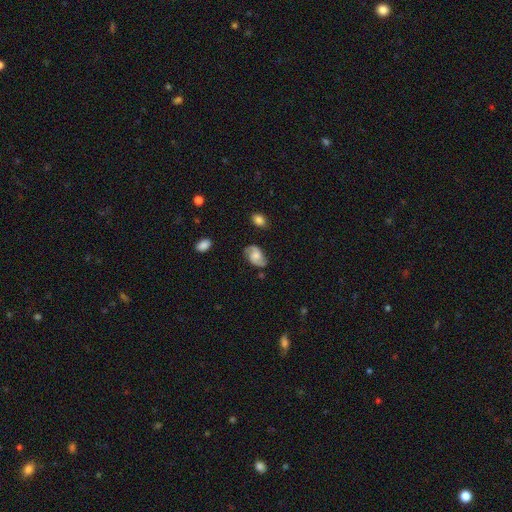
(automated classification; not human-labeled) Smooth or featured? Predicted: featured or disk (p=0.63). Edge-on disk? Predicted: no (p=0.97). Bar? Predicted: no (p=0.58). Spiral arms? Predicted: yes (p=0.92). Spiral winding? Predicted: medium (p=0.45). Spiral arm count? Predicted: 2 (p=0.89). Bulge size? Predicted: moderate (p=0.35). Merging? Predicted: none (p=0.72).